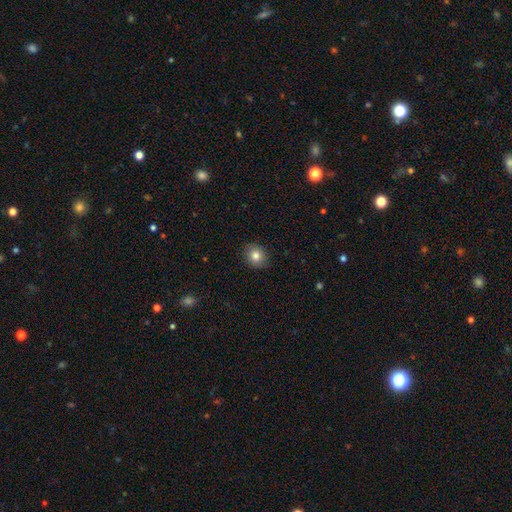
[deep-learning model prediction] A smooth galaxy with no disk features (82%) that is round (70%).

Vote fractions:
- Smooth or featured? smooth: 82% / star or artifact: 10% / featured or disk: 8%
- How rounded? round: 70% / in between: 29% / cigar-shaped: 1%
- Merging? none: 89% / minor disturbance: 8% / major disturbance: 2% / merger: 1%